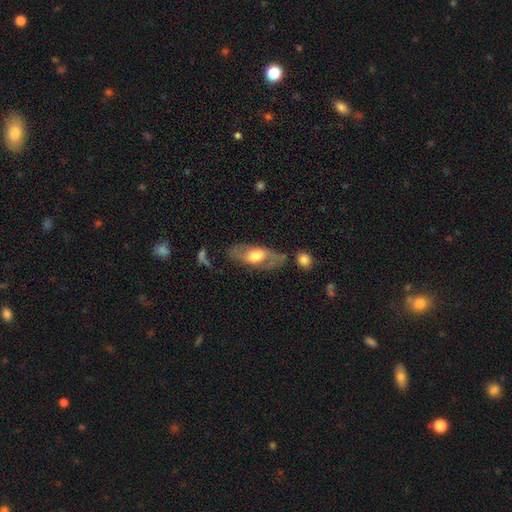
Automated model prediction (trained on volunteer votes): Smooth or featured? featured or disk (52%)
Edge-on disk? no (72%)
Merging? none (67%)